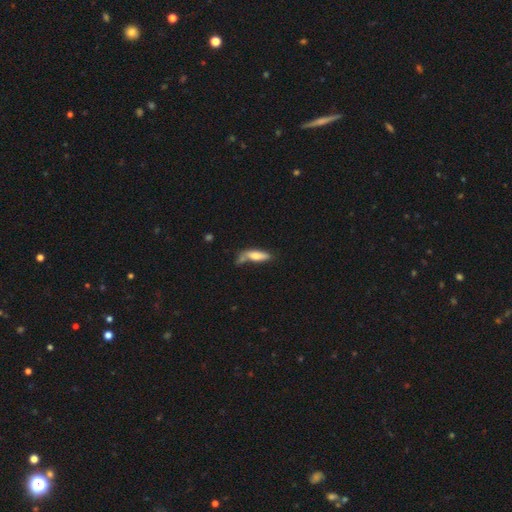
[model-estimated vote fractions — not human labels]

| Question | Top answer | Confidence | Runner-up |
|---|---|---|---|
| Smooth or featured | smooth | 69% | featured or disk (24%) |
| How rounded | cigar-shaped | 53% | in between (45%) |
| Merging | none | 44% | minor disturbance (25%) |